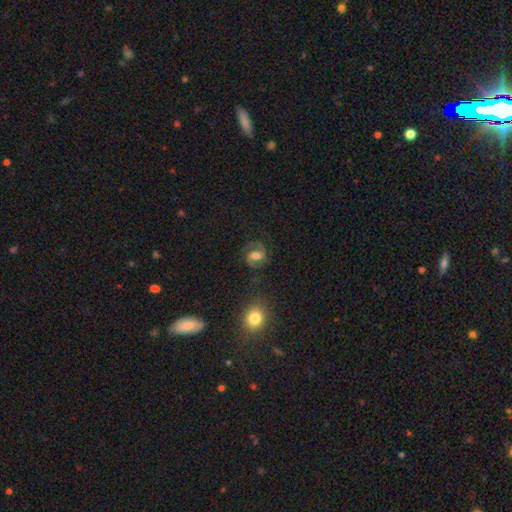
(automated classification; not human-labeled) A featured or disk galaxy (75%) with a weak bar (48%), 2 (92%) medium (59%) spiral arms (95%) and a moderate central bulge (59%).

Vote fractions:
- Smooth or featured? featured or disk: 75% / smooth: 16% / star or artifact: 9%
- Edge-on disk? no: 98% / yes: 2%
- Bar? weak: 48% / no: 27% / strong: 25%
- Spiral arms? yes: 95% / no: 5%
- Spiral winding? medium: 59% / tight: 22% / loose: 19%
- Spiral arm count? 2: 92% / can't tell: 3% / 1: 2% / 3: 1% / 4: 1% / more than 4: 1%
- Bulge size? moderate: 59% / large: 22% / small: 14% / none: 3% / dominant: 2%
- Merging? none: 78% / minor disturbance: 13% / major disturbance: 6% / merger: 2%